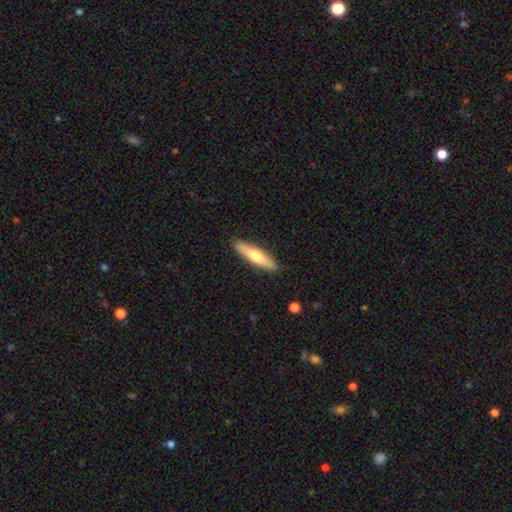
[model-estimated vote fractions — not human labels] smooth_or_featured: smooth (p=0.55) [alt: featured or disk p=0.39]
how_rounded: cigar-shaped (p=0.80) [alt: in between p=0.19]
merging: none (p=0.89) [alt: minor disturbance p=0.08]